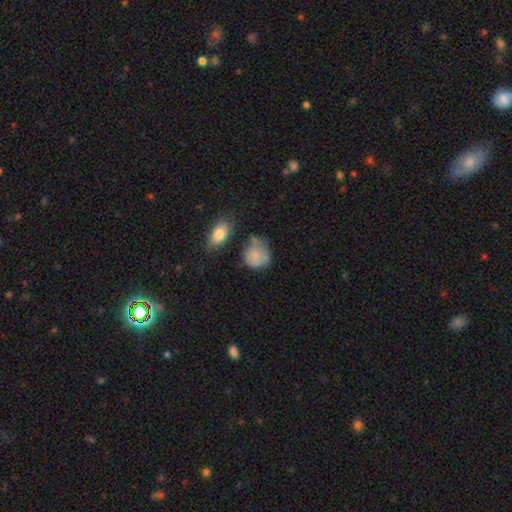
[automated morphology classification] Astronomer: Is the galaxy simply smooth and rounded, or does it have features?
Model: smooth — 77%.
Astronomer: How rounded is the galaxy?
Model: round — 68%.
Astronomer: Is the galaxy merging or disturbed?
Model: none — 43% (runner-up: minor disturbance, 31%).